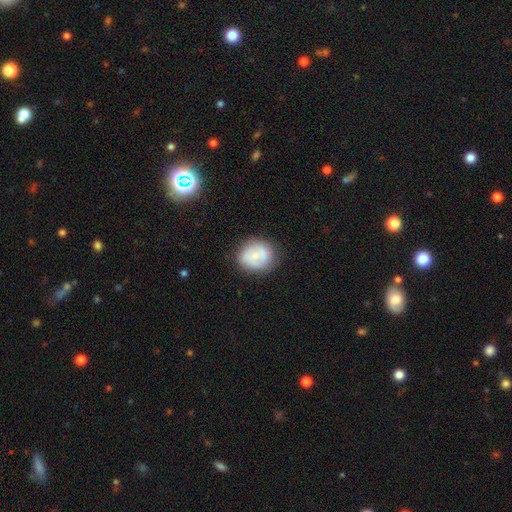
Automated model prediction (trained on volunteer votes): Smooth or featured?
  - smooth: 60% *
  - featured or disk: 32%
  - star or artifact: 7%
How rounded?
  - round: 75% *
  - in between: 24%
  - cigar-shaped: 1%
Merging?
  - none: 73% *
  - minor disturbance: 18%
  - major disturbance: 6%
  - merger: 3%